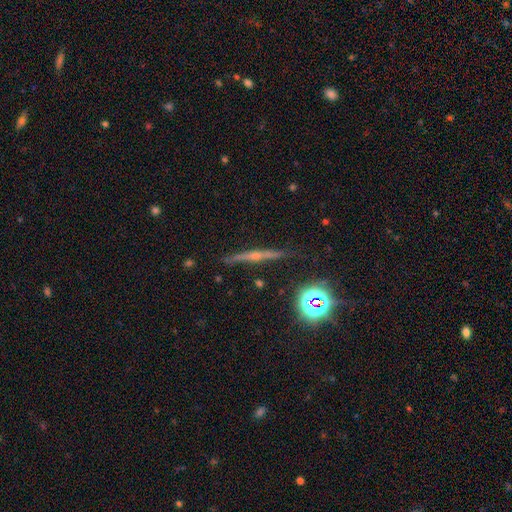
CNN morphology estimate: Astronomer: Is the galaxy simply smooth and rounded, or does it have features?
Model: featured or disk — 71%.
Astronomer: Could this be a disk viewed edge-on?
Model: yes — 97%.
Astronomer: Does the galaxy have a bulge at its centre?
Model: rounded — 83%.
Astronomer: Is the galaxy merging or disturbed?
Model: none — 89%.